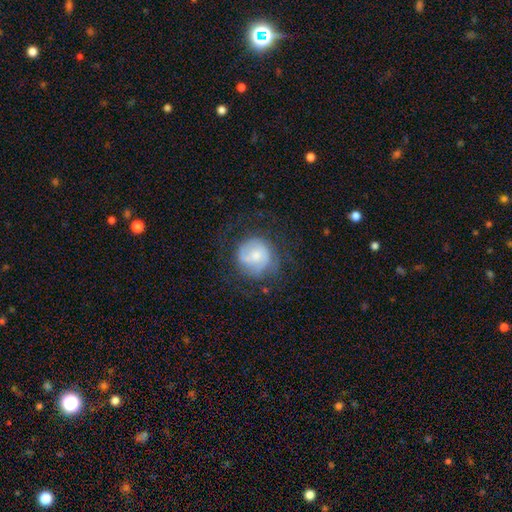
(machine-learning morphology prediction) Smooth or featured: smooth — 47% (featured or disk — 45%)
Merging: none — 60% (minor disturbance — 22%)